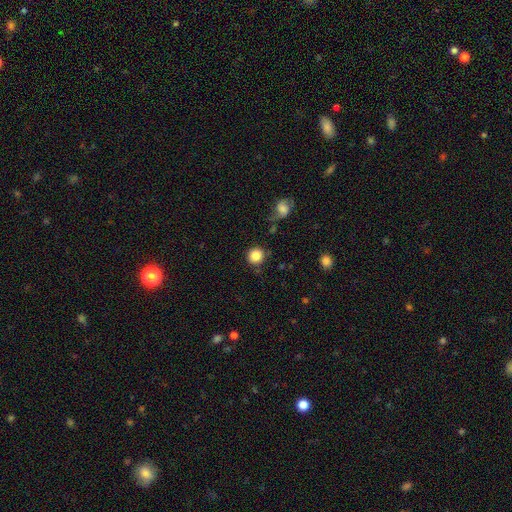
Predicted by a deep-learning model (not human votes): Smooth or featured? smooth (86%)
How rounded? round (92%)
Merging? none (83%)